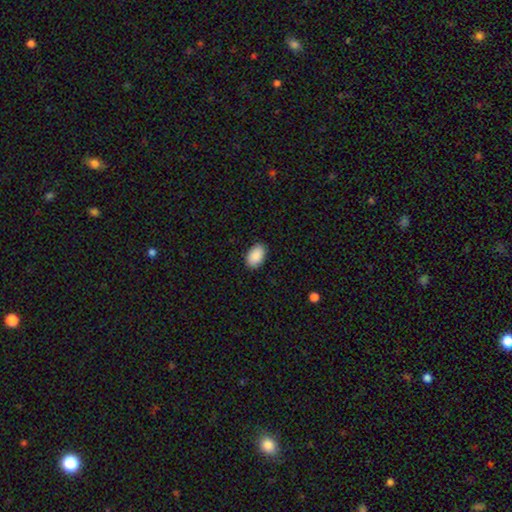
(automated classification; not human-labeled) smooth-or-featured: smooth: 91% | star or artifact: 6% | featured or disk: 3%
  how-rounded: in between: 92% | round: 7% | cigar-shaped: 1%
  merging: none: 89% | minor disturbance: 8% | major disturbance: 2% | merger: 1%